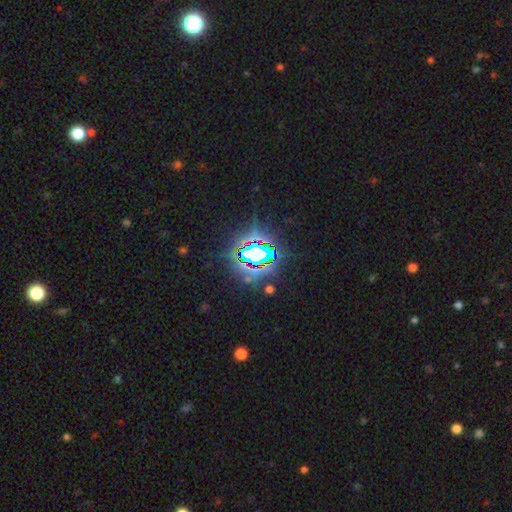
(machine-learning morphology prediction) smooth-or-featured: star or artifact: 78% | smooth: 12% | featured or disk: 10%